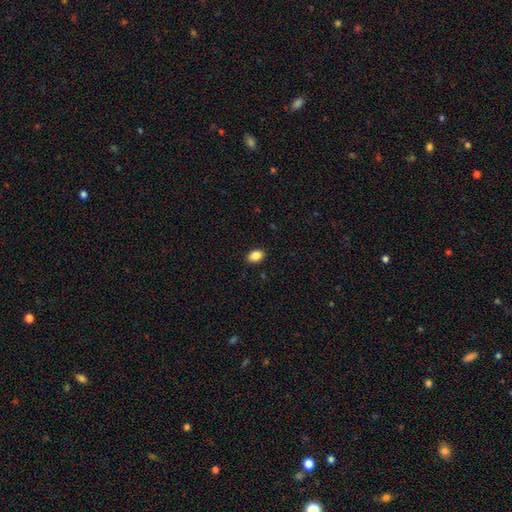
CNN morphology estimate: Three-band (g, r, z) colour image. It shows a smooth galaxy with no disk features (87%) that is in between round and cigar-shaped (78%). Merging: none (89%).